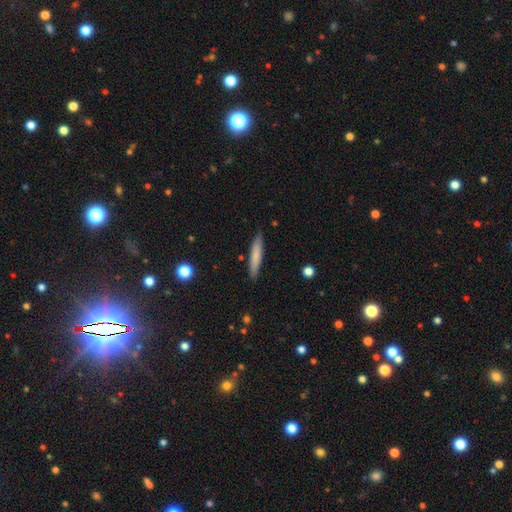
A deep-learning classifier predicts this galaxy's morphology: The model was most divided on "smooth or featured": smooth: 73%, featured or disk: 21%, star or artifact: 6%. More confident: how rounded — cigar-shaped (90%); merging — none (88%).